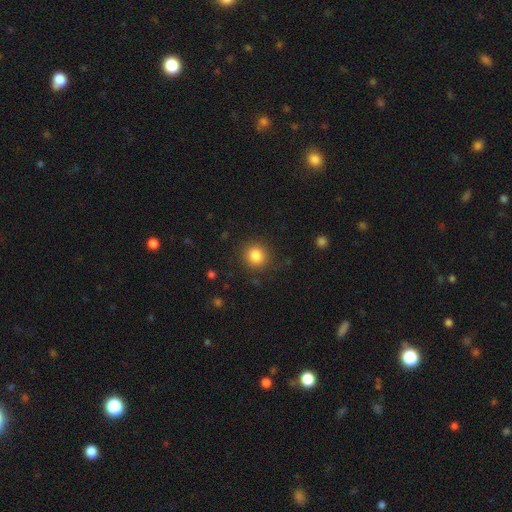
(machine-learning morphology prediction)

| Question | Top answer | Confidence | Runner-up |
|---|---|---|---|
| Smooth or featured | smooth | 85% | star or artifact (10%) |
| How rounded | round | 85% | in between (14%) |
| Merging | none | 87% | minor disturbance (9%) |